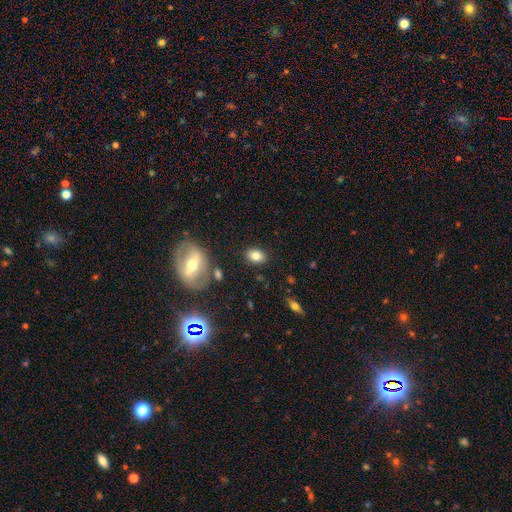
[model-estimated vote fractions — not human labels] Smooth or featured? smooth (80%)
How rounded? in between (76%)
Merging? none (85%)